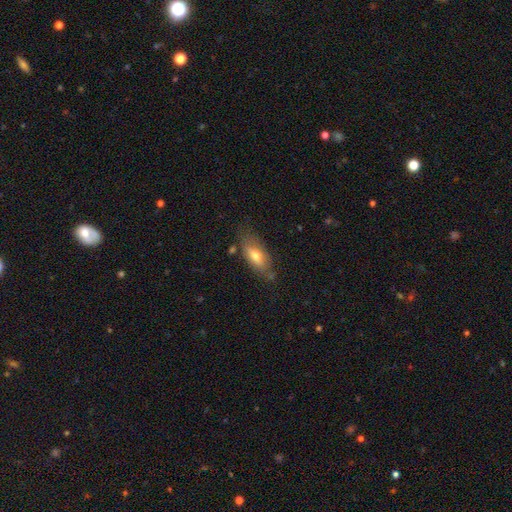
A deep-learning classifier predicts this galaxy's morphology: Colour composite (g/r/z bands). It shows a smooth galaxy with no disk features (68%) that is in between round and cigar-shaped (76%). Merging: none (68%).